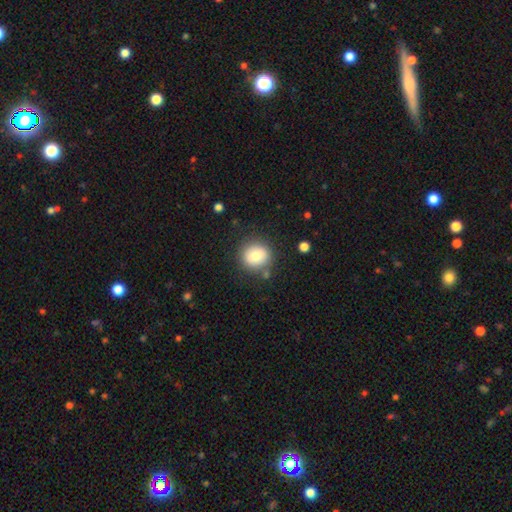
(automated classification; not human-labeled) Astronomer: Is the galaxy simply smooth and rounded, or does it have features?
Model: smooth — 80%.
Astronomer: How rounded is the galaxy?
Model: round — 86%.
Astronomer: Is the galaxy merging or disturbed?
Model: none — 81%.